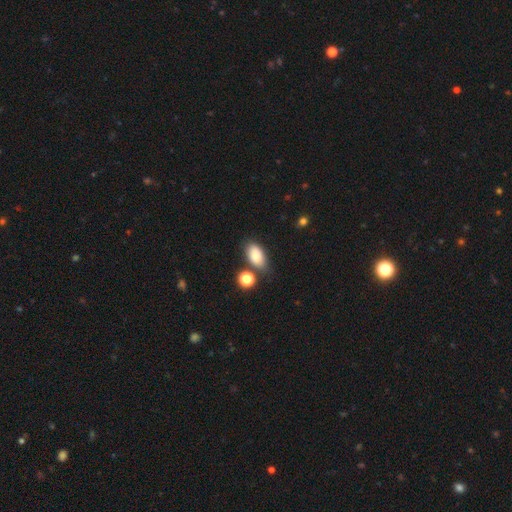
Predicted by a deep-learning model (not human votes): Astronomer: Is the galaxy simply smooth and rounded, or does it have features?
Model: smooth — 82%.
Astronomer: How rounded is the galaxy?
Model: in between — 91%.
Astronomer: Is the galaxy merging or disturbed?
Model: none — 69%.